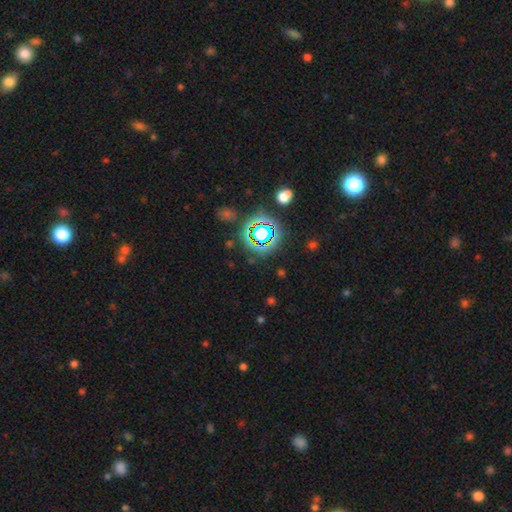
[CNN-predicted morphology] Smooth or featured: star or artifact — 76% (smooth — 15%)